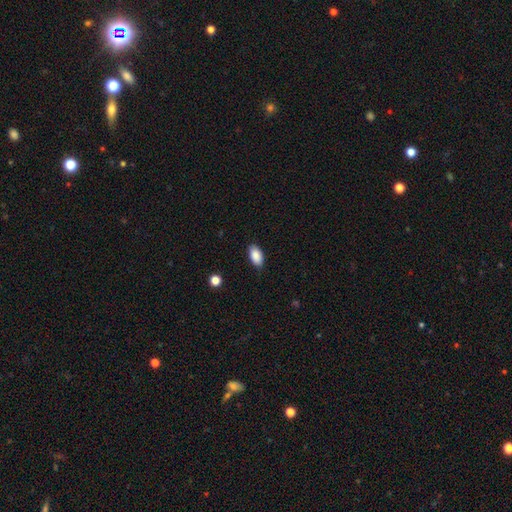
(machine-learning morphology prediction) This is clearly a smooth galaxy (89%). How rounded: clearly in between (94%). Merging: clearly none (84%).